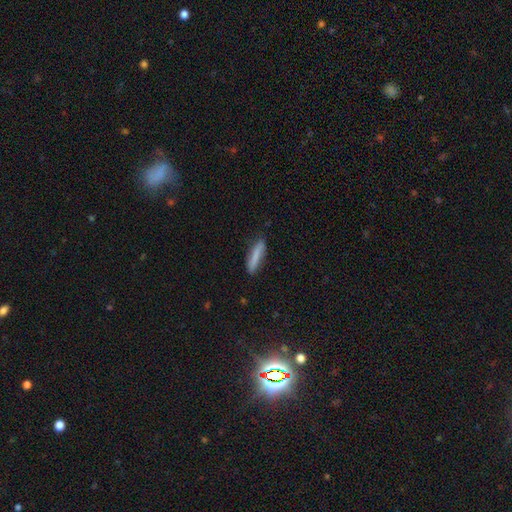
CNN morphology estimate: Smooth or featured: smooth — 77% (featured or disk — 16%)
How rounded: cigar-shaped — 85% (in between — 13%)
Merging: none — 83% (minor disturbance — 13%)